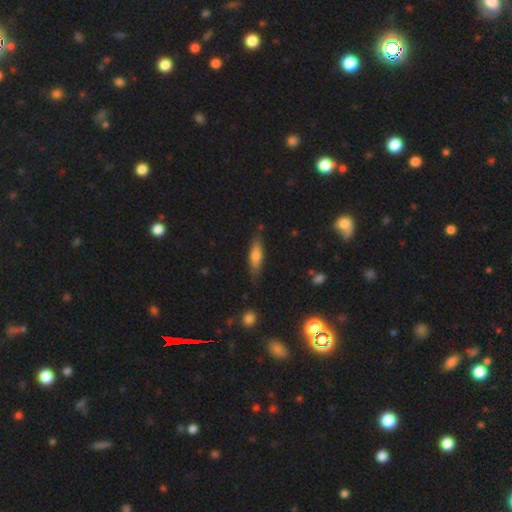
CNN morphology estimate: This appears to be a smooth galaxy with no disk features (65%) that is cigar-shaped (59%). Merging: none (78%).